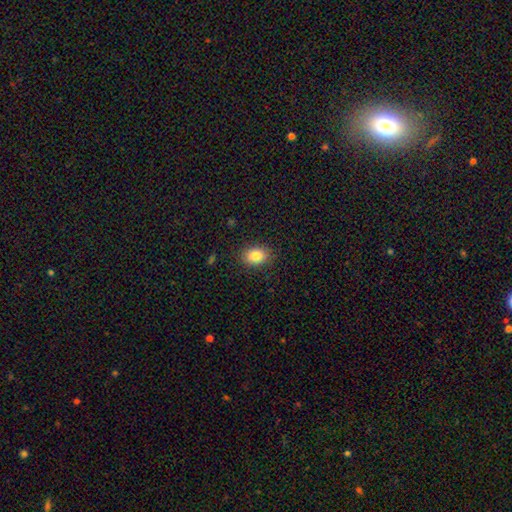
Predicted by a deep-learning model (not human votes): Q: Smooth or featured?
A: smooth (85%); runner-up: star or artifact (9%)
Q: How rounded?
A: in between (71%); runner-up: round (28%)
Q: Merging?
A: none (86%); runner-up: minor disturbance (10%)